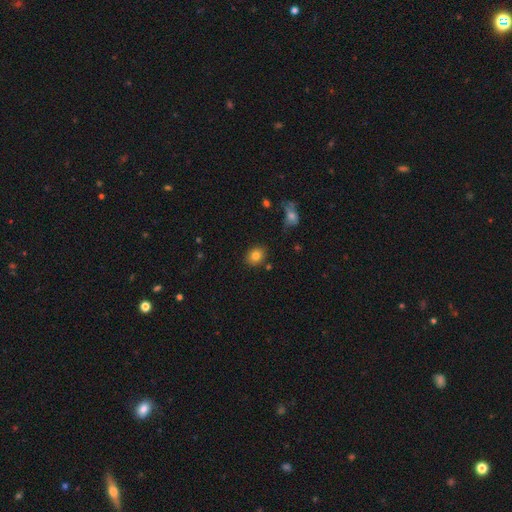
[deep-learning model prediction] smooth_or_featured: smooth (p=0.81) [alt: star or artifact p=0.10]
how_rounded: in between (p=0.50) [alt: round p=0.49]
merging: none (p=0.83) [alt: minor disturbance p=0.11]